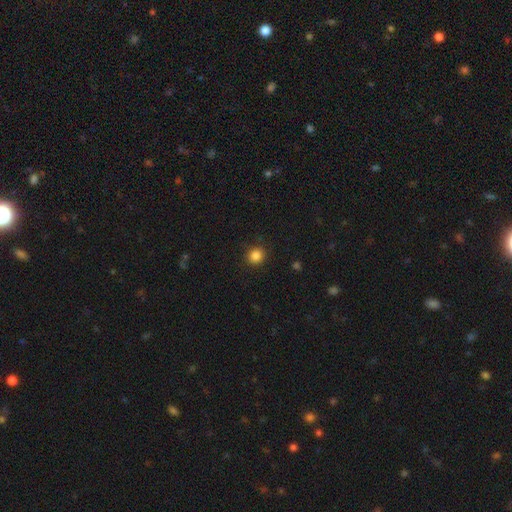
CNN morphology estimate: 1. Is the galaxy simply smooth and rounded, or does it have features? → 85% smooth, 11% star or artifact, 4% featured or disk.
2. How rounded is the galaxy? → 86% round, 13% in between, 1% cigar-shaped.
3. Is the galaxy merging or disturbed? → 90% none, 7% minor disturbance, 2% major disturbance, 1% merger.